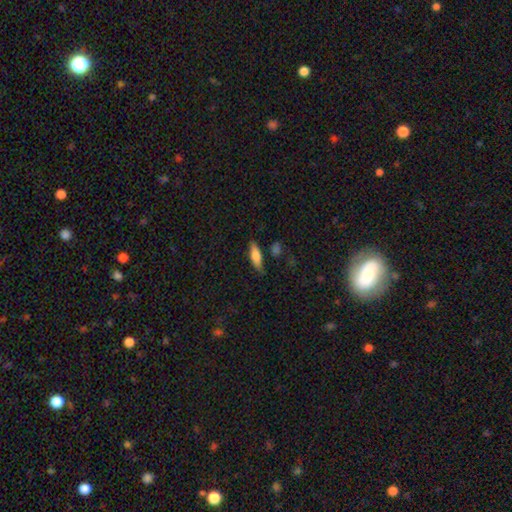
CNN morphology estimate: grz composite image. It shows a smooth galaxy with no disk features (73%) that is in between round and cigar-shaped (50%). Merging: none (78%).